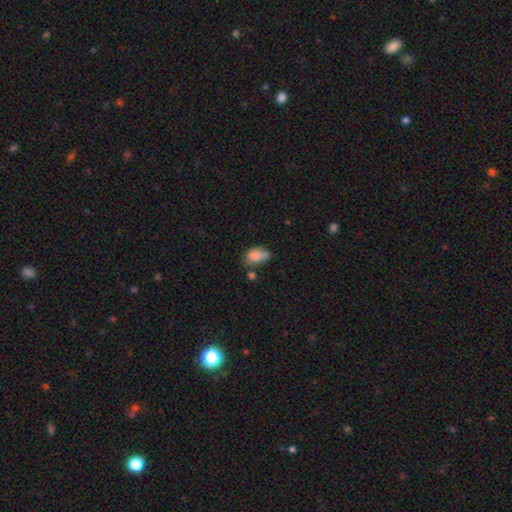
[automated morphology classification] This is likely a smooth galaxy (79%). How rounded: clearly in between (89%). Merging: marginally none (36%).